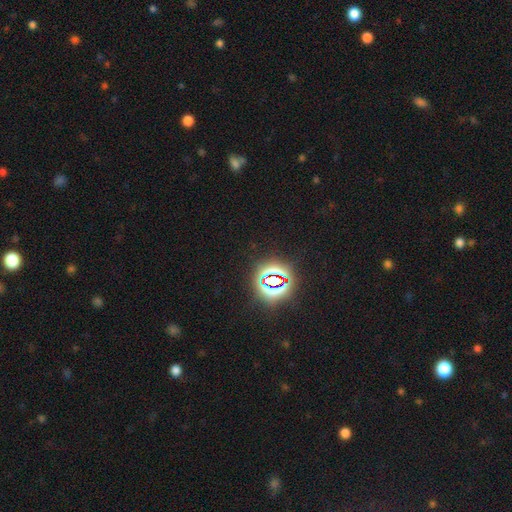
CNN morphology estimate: star or artifact 81%, smooth 12%, featured or disk 7%.